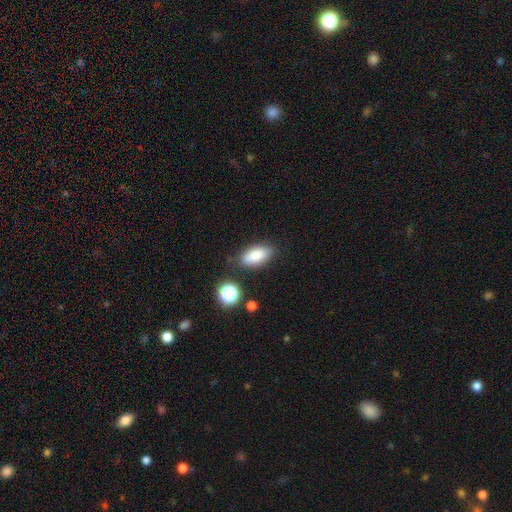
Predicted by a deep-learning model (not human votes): smooth 82%, featured or disk 10%, star or artifact 9%. Down the decision tree: how rounded — in between (88%); merging — none (80%).